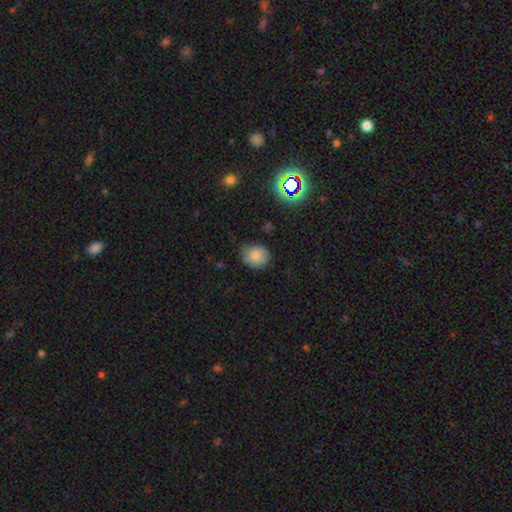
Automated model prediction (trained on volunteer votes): Smooth or featured? Predicted: smooth (p=0.82). How rounded? Predicted: round (p=0.65). Merging? Predicted: none (p=0.76).